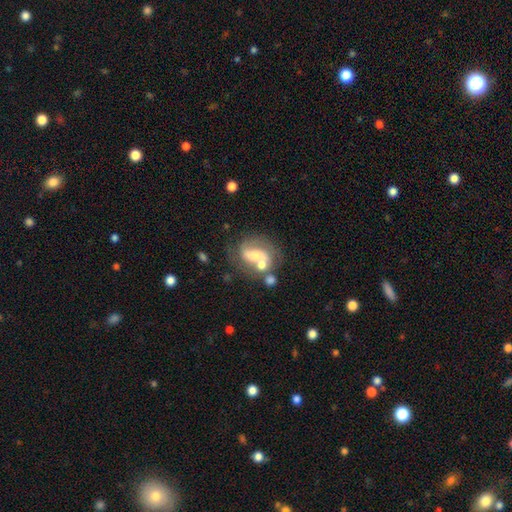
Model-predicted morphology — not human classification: This is likely a featured or disk galaxy (60%). It is clearly not viewed edge-on (96%). Bar: possibly no (47%). Spiral arm pattern: likely yes (71%). Central bulge: marginally small (39%). Merging: marginally none (42%).